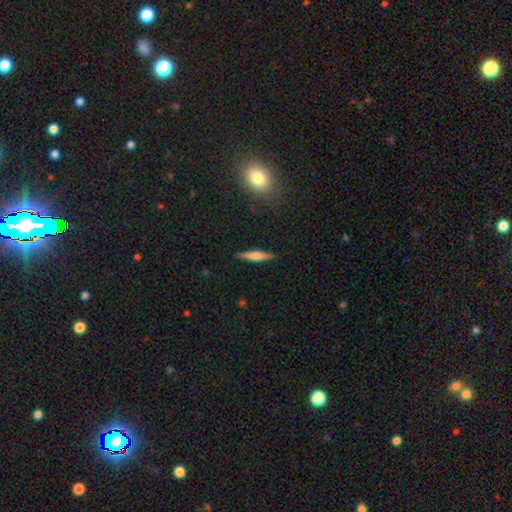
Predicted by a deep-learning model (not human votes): This appears to be a smooth galaxy with no disk features (52%) that is cigar-shaped (85%). Merging: none (88%).